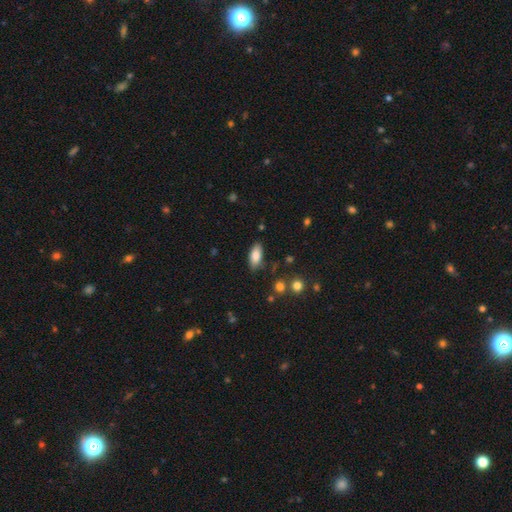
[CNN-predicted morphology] Smooth or featured? Predicted: smooth (p=0.83). How rounded? Predicted: in between (p=0.87). Merging? Predicted: none (p=0.82).